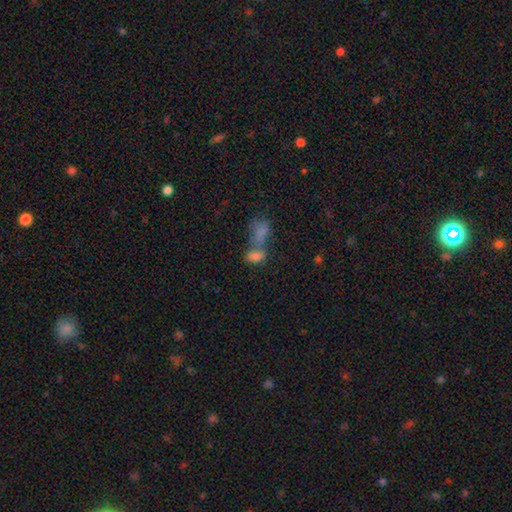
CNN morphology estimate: Smooth or featured? Predicted: smooth (p=0.52). How rounded? Predicted: in between (p=0.59). Merging? Predicted: merger (p=0.51).